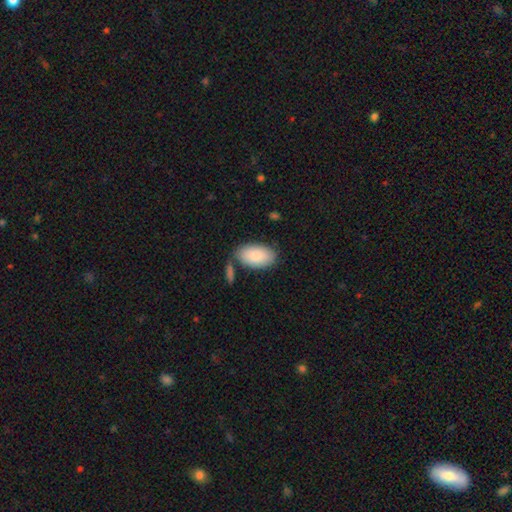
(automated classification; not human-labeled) Smooth or featured? smooth (87%)
How rounded? in between (95%)
Merging? none (70%)